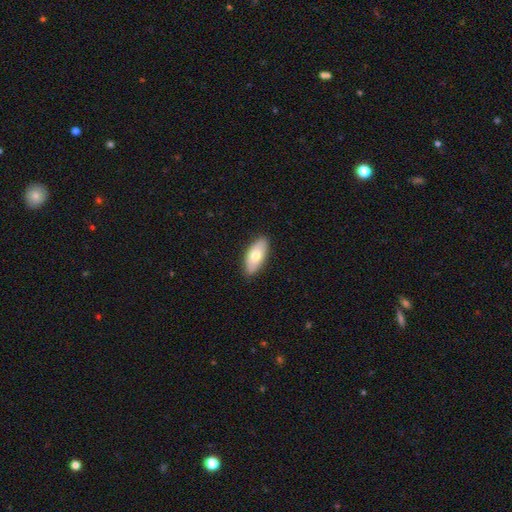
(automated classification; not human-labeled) A smooth galaxy with no disk features (72%) that is in between round and cigar-shaped (88%). Merging: none (87%).